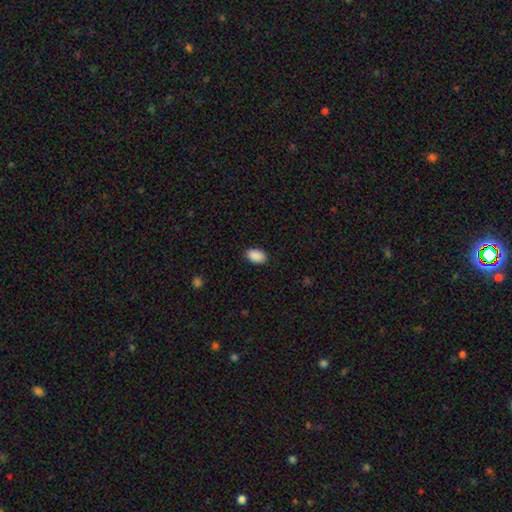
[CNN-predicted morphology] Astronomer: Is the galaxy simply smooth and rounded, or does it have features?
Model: smooth — 90%.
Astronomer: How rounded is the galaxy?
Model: in between — 92%.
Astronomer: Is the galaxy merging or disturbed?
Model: none — 88%.